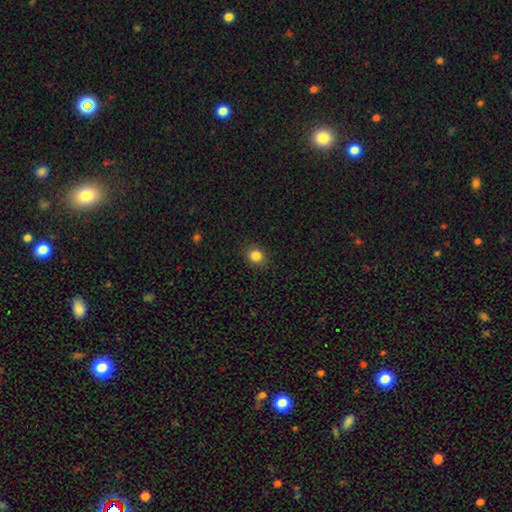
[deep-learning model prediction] This is clearly a smooth galaxy (85%). How rounded: likely round (72%). Merging: clearly none (90%).